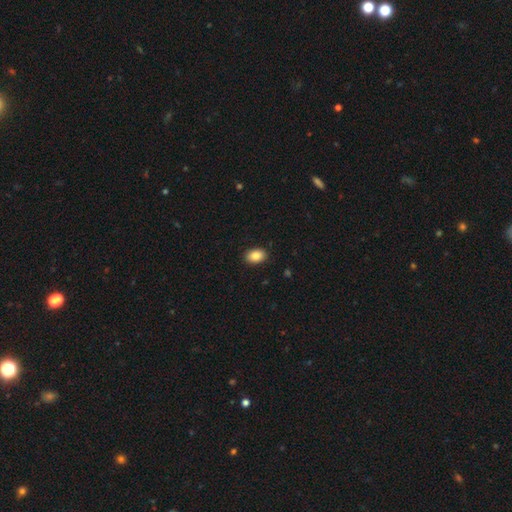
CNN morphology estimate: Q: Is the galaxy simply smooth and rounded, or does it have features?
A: smooth — 87%.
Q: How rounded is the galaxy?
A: in between — 84%.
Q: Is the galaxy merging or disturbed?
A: none — 89%.